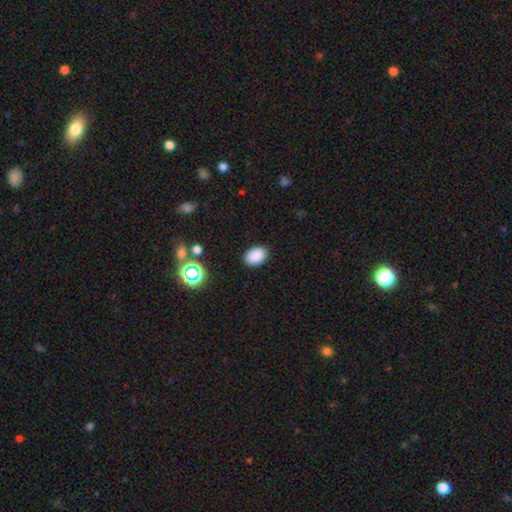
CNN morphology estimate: Smooth or featured? smooth (86%)
How rounded? in between (83%)
Merging? none (88%)